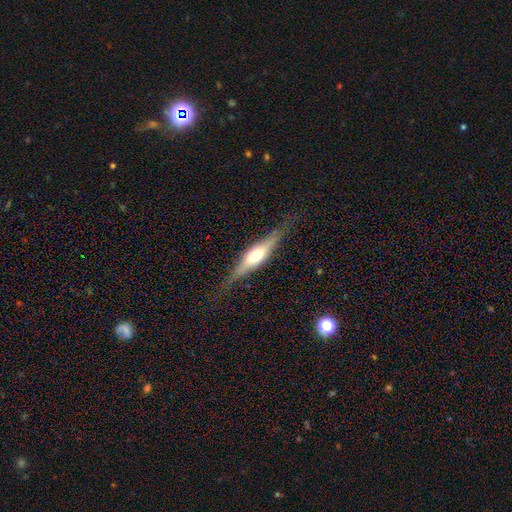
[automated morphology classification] Q: Smooth or featured?
A: featured or disk (62%); runner-up: smooth (32%)
Q: Edge-on disk?
A: yes (92%); runner-up: no (8%)
Q: Edge-on bulge?
A: rounded (80%); runner-up: boxy (13%)
Q: Merging?
A: none (80%); runner-up: minor disturbance (15%)